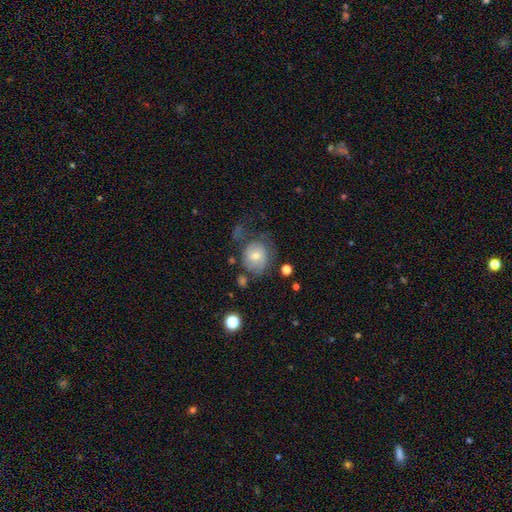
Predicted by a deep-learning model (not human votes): Smooth or featured?
  - smooth: 59% *
  - featured or disk: 32%
  - star or artifact: 9%
How rounded?
  - round: 68% *
  - in between: 31%
  - cigar-shaped: 1%
Merging?
  - none: 39% *
  - major disturbance: 28%
  - minor disturbance: 26%
  - merger: 7%